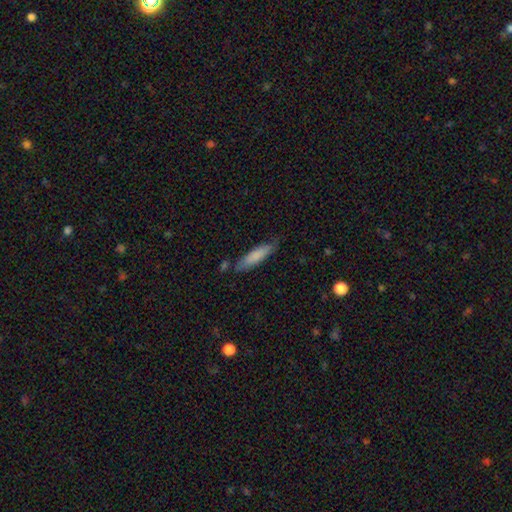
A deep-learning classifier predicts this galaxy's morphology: The model was most divided on "how rounded": cigar-shaped: 71%, in between: 28%, round: 1%. More confident: smooth or featured — smooth (80%); merging — none (75%).